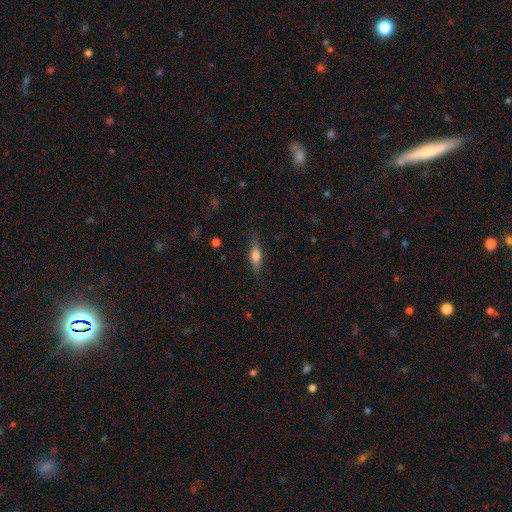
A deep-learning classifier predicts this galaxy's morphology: Overall: smooth (62%; featured or disk 31%). How rounded: in between (49%; cigar-shaped 48%). Merging: none (82%).